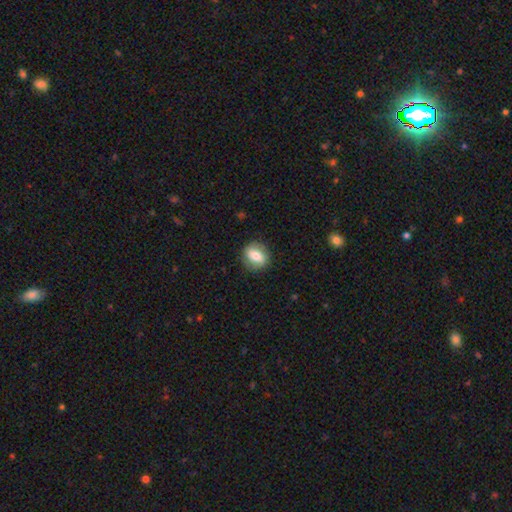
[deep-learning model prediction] Q: Smooth or featured?
A: smooth (65%); runner-up: featured or disk (28%)
Q: How rounded?
A: round (56%); runner-up: in between (42%)
Q: Merging?
A: none (85%); runner-up: minor disturbance (11%)